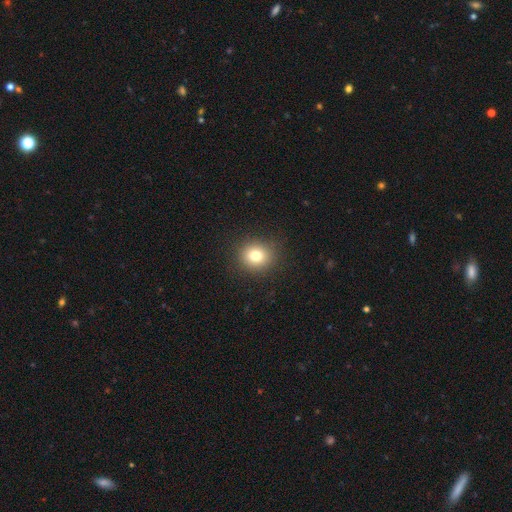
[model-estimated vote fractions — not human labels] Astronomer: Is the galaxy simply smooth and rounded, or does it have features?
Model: smooth — 78%.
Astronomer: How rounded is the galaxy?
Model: round — 84%.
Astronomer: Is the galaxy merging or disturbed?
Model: none — 90%.